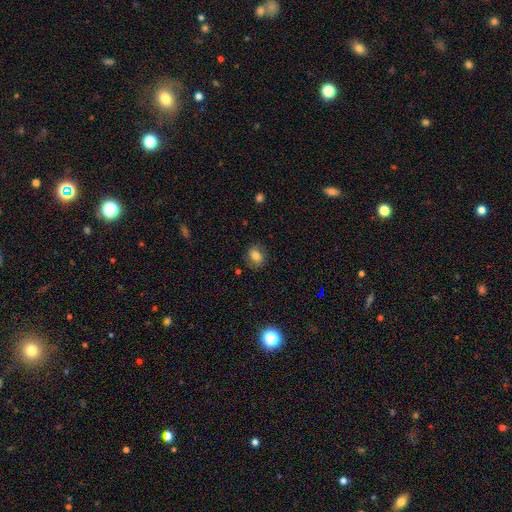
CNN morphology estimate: A smooth galaxy with no disk features (78%) that is in between round and cigar-shaped (53%).

Vote fractions:
- Smooth or featured? smooth: 78% / featured or disk: 12% / star or artifact: 10%
- How rounded? in between: 53% / round: 46% / cigar-shaped: 1%
- Merging? none: 81% / minor disturbance: 14% / major disturbance: 4% / merger: 1%